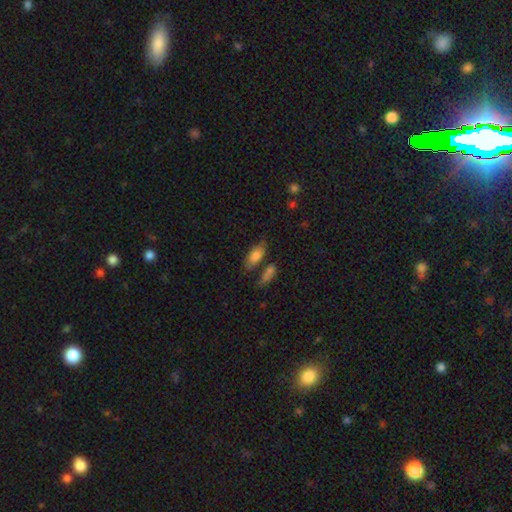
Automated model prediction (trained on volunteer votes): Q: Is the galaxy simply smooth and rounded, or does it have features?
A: smooth — 78%.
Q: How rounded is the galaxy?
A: in between — 81%.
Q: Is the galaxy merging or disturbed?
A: none — 58%.